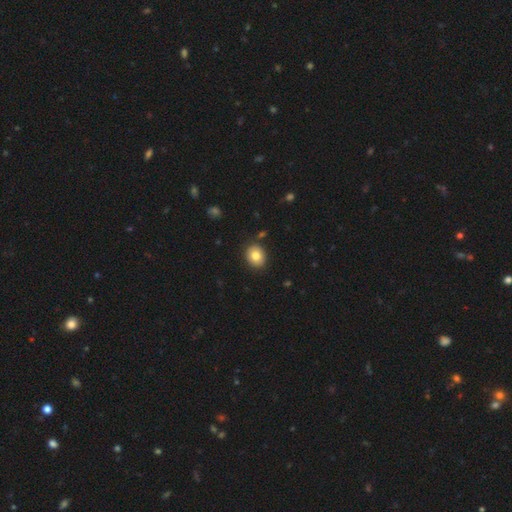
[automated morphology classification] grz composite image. It shows a smooth galaxy with no disk features (81%) that is round (60%). Merging: none (88%).